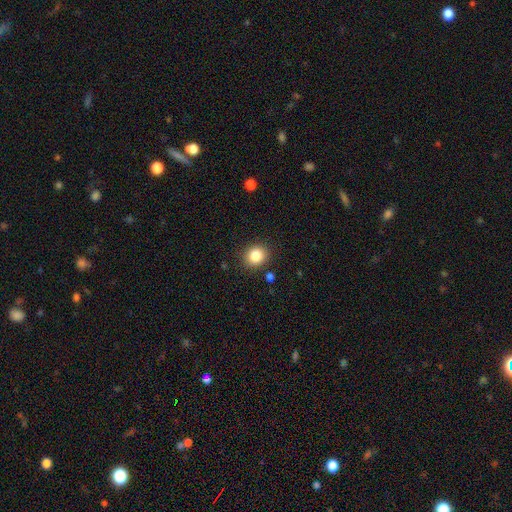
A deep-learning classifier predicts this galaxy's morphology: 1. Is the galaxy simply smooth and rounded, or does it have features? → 85% smooth, 10% star or artifact, 5% featured or disk.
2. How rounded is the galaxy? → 71% round, 28% in between, 1% cigar-shaped.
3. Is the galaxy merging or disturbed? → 86% none, 9% minor disturbance, 3% major disturbance, 2% merger.